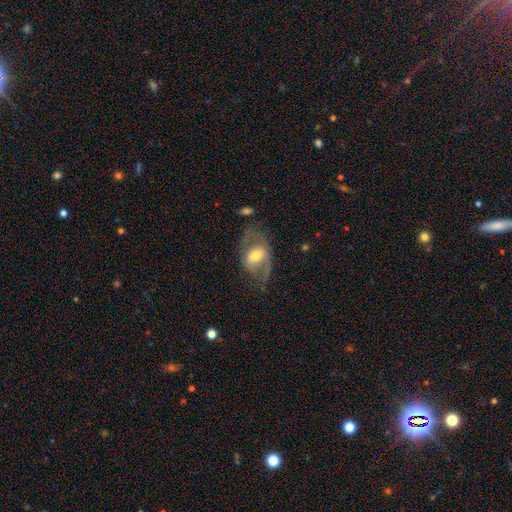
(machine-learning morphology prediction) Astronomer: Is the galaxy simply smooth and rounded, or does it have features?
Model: featured or disk — 61%.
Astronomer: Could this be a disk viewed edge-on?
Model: no — 92%.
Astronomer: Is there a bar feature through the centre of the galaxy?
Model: no — 42% (runner-up: weak, 38%).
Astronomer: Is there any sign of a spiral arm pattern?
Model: yes — 60% (runner-up: no, 40%).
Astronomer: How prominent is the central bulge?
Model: moderate — 63%.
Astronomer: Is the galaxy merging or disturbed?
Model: none — 53%.